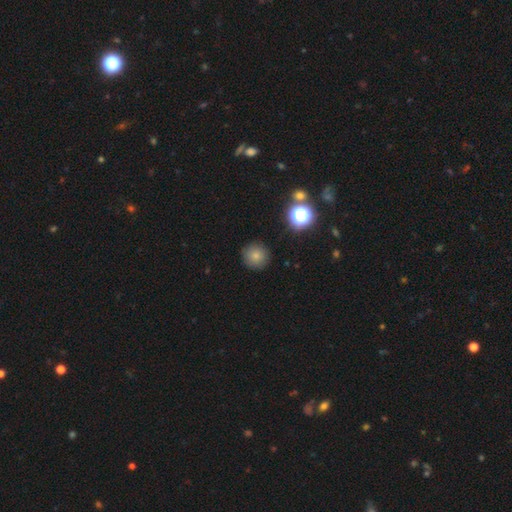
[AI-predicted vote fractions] Smooth or featured? smooth (78%)
How rounded? round (95%)
Merging? none (89%)